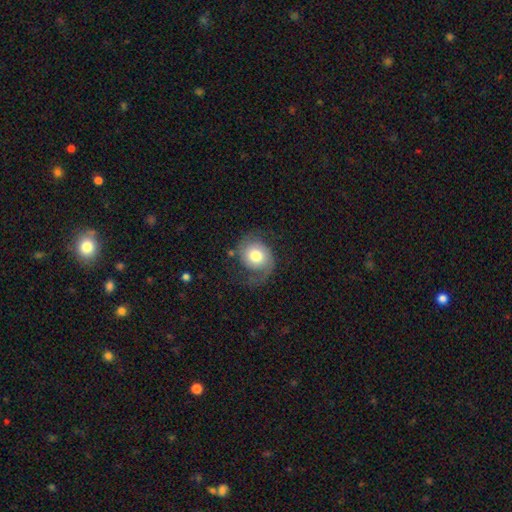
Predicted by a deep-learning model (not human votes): Smooth or featured? featured or disk (56%)
Edge-on disk? no (97%)
Bar? no (76%)
Spiral arms? yes (88%)
Bulge size? moderate (58%)
Merging? none (55%)